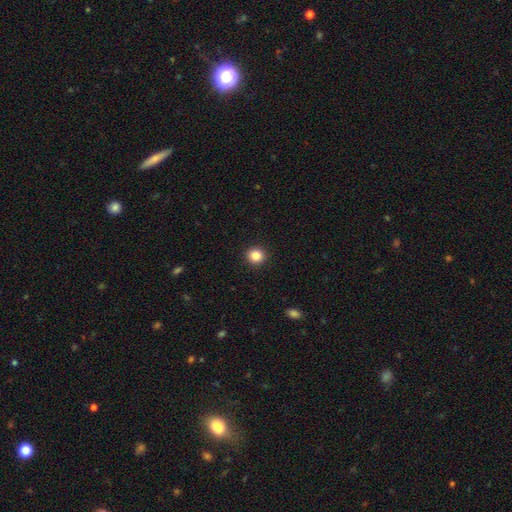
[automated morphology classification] smooth_or_featured: smooth (p=0.85) [alt: star or artifact p=0.11]
how_rounded: round (p=0.93) [alt: in between p=0.06]
merging: none (p=0.93) [alt: minor disturbance p=0.04]